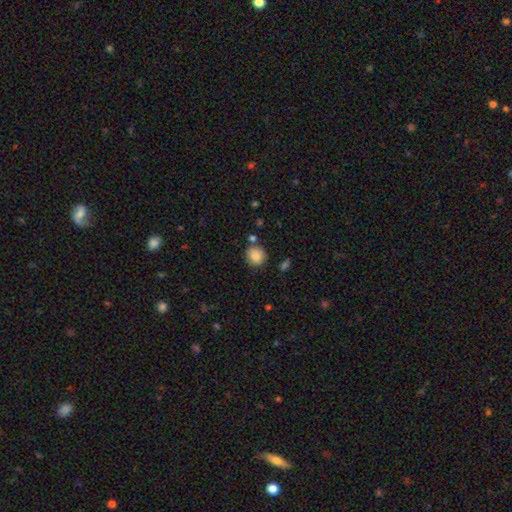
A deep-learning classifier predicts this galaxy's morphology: Smooth or featured?
  - smooth: 87% *
  - star or artifact: 9%
  - featured or disk: 5%
How rounded?
  - round: 83% *
  - in between: 16%
  - cigar-shaped: 1%
Merging?
  - none: 76% *
  - minor disturbance: 13%
  - merger: 8%
  - major disturbance: 3%